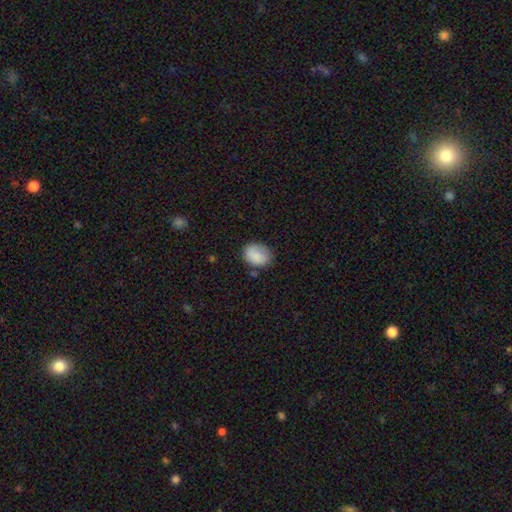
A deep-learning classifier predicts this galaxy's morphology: type=smooth (84%); roundness=in between (60%); merging=none (68%).